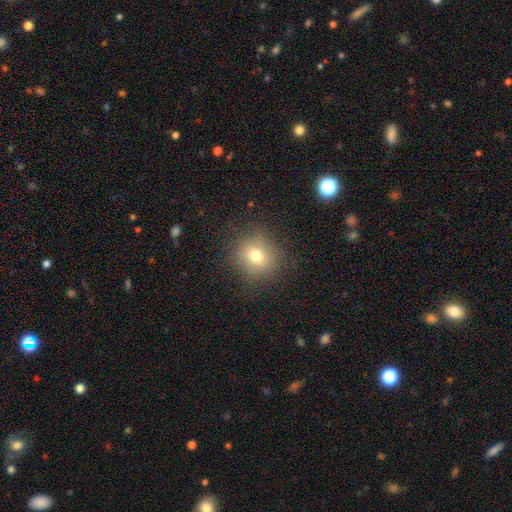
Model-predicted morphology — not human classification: smooth 72%, star or artifact 15%, featured or disk 12%. Down the decision tree: how rounded — round (85%); merging — none (83%).